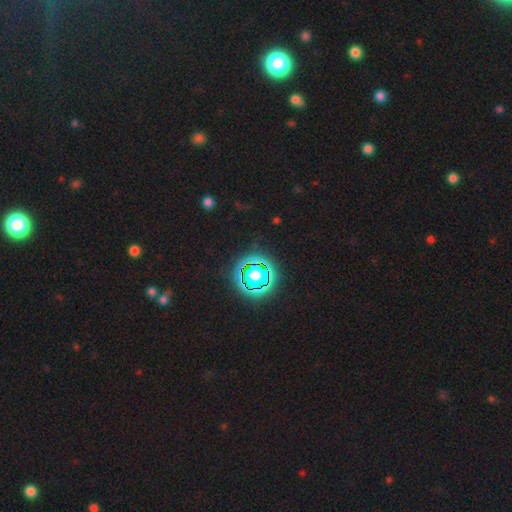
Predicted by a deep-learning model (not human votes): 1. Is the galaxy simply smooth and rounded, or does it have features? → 81% star or artifact, 13% smooth, 6% featured or disk.